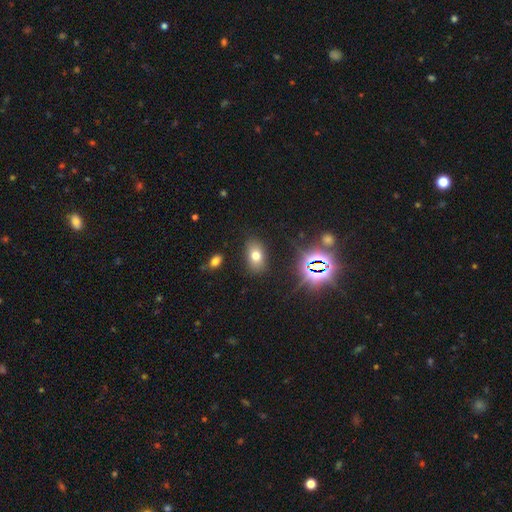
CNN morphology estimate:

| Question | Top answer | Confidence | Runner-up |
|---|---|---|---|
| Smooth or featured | smooth | 66% | star or artifact (20%) |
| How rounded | in between | 85% | round (13%) |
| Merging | none | 85% | minor disturbance (10%) |